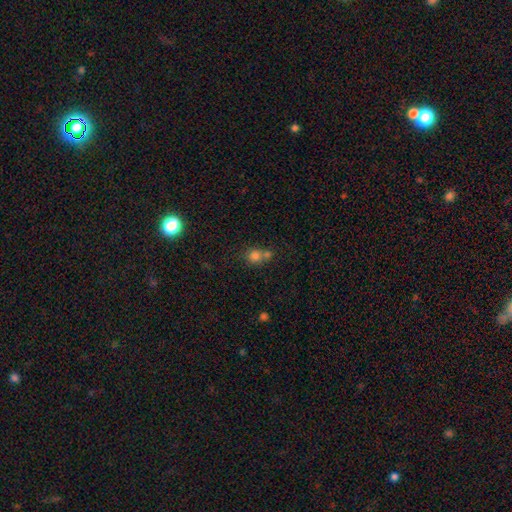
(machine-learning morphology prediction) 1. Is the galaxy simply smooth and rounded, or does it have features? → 76% smooth, 15% star or artifact, 9% featured or disk.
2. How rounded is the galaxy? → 81% round, 18% in between, 1% cigar-shaped.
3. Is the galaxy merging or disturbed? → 44% none, 43% merger, 9% minor disturbance, 4% major disturbance.